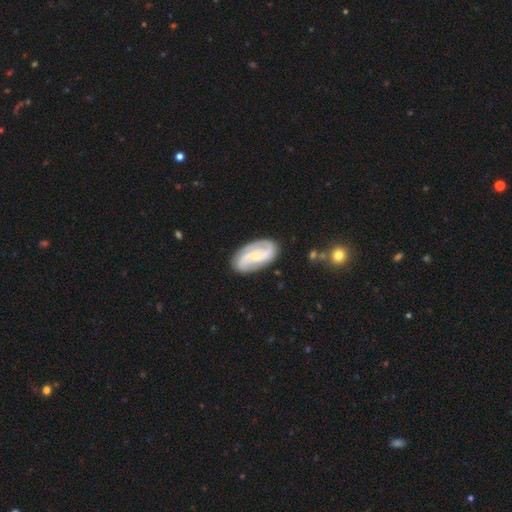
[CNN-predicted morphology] Overall: featured or disk (82%). Edge-on disk: no (96%). Bar: no (47%; weak 39%). Spiral arms: yes (96%). Spiral arm count: 2 (68%). Spiral winding: medium (44%; tight 30%). Bulge size: small (65%; moderate 30%). Merging: none (80%).